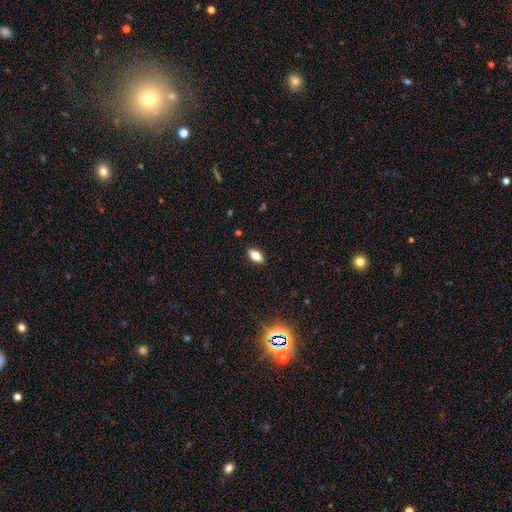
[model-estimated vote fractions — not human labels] smooth_or_featured: smooth (p=0.69) [alt: featured or disk p=0.21]
how_rounded: in between (p=0.85) [alt: cigar-shaped p=0.10]
merging: none (p=0.88) [alt: minor disturbance p=0.09]